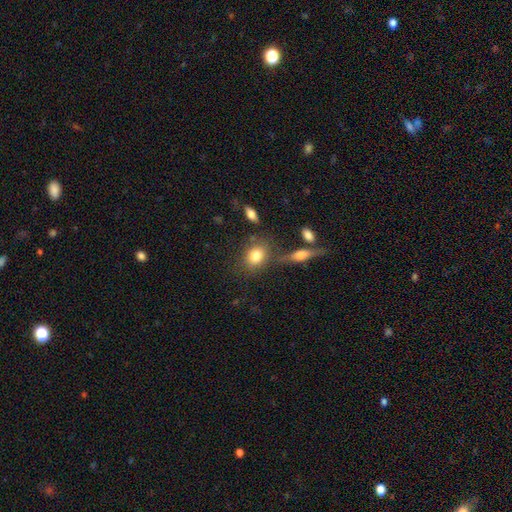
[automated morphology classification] This is likely a smooth galaxy (79%). How rounded: possibly in between (55%). Merging: likely none (68%).